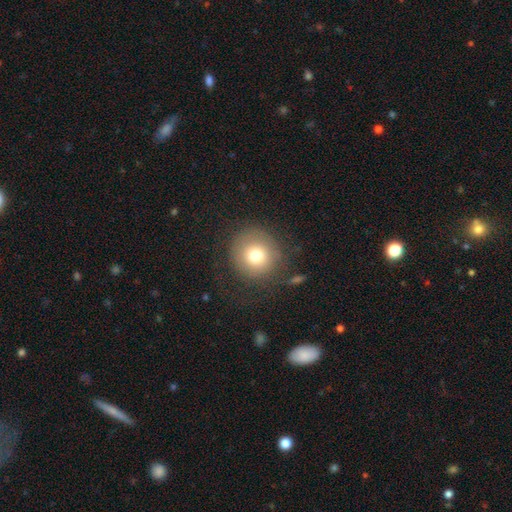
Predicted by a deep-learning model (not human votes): Morphology: type=smooth (74%); roundness=round (93%); merging=none (78%).